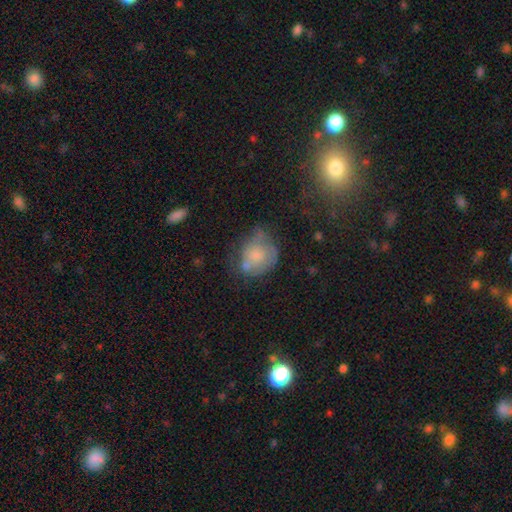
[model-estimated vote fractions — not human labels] This appears to be a smooth galaxy with no disk features (58%) that is round (59%). Merging: none (37%).